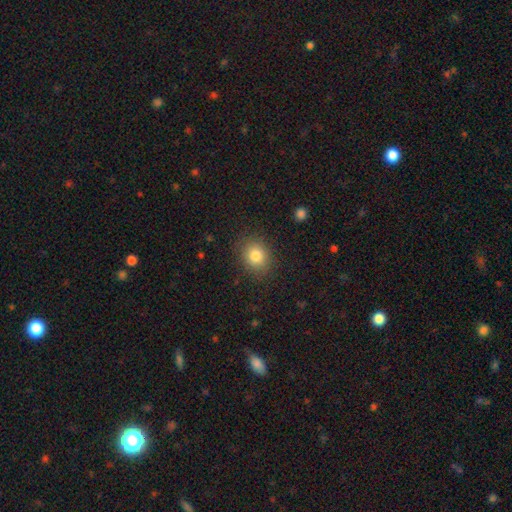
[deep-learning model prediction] smooth-or-featured: smooth: 82% | star or artifact: 11% | featured or disk: 7%
  how-rounded: round: 67% | in between: 32% | cigar-shaped: 1%
  merging: none: 86% | minor disturbance: 9% | major disturbance: 3% | merger: 1%